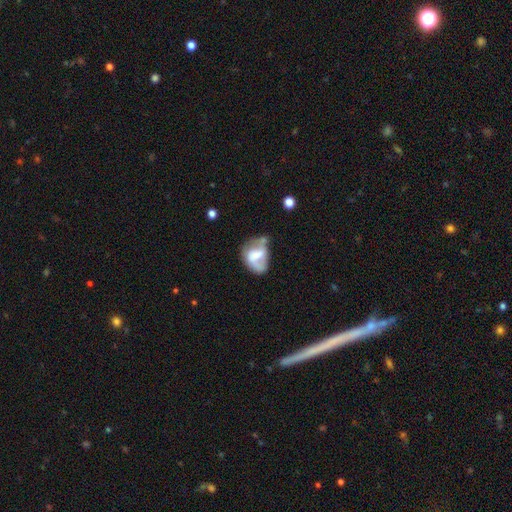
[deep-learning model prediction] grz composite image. It shows a smooth galaxy with no disk features (46%). Merging: major disturbance (28%, tied with none).